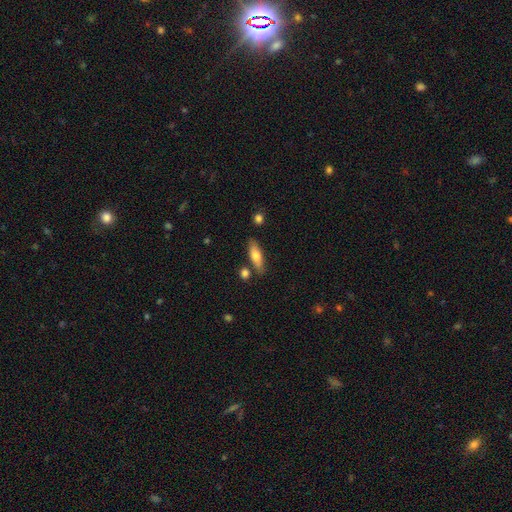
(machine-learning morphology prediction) smooth 68%, featured or disk 26%, star or artifact 7%. Down the decision tree: how rounded — in between (52%); merging — none (77%).